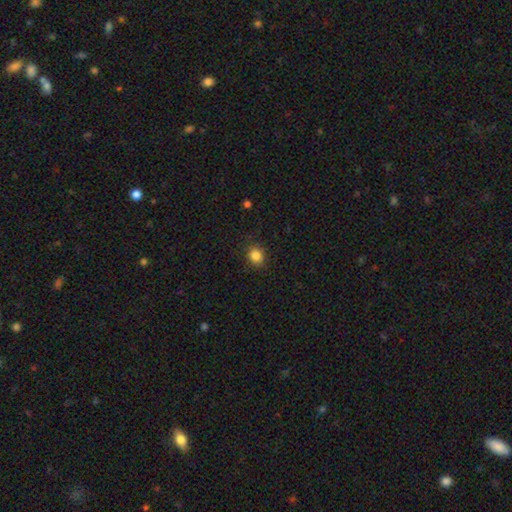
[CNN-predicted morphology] Q: Smooth or featured?
A: smooth (85%); runner-up: star or artifact (11%)
Q: How rounded?
A: round (74%); runner-up: in between (26%)
Q: Merging?
A: none (88%); runner-up: minor disturbance (8%)